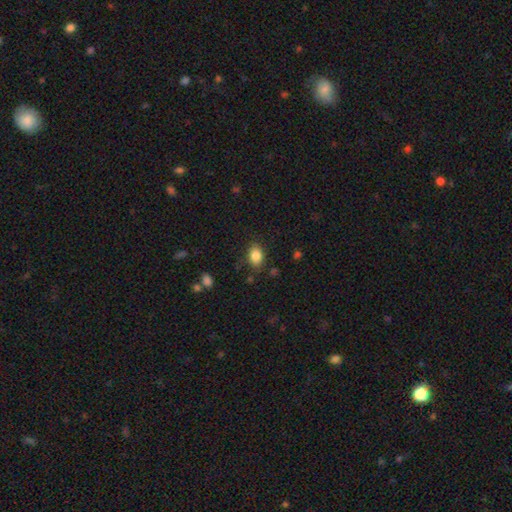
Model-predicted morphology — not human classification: Overall: smooth (85%). How rounded: in between (77%). Merging: none (81%).